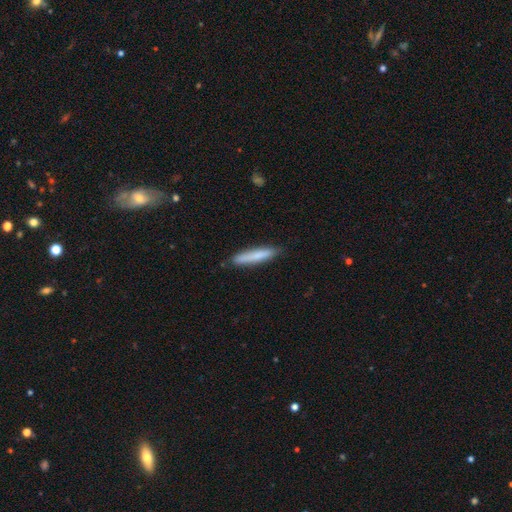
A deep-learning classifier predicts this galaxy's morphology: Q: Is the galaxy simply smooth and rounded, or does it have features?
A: smooth — 77%.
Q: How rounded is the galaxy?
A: cigar-shaped — 92%.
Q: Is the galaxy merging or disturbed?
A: none — 85%.